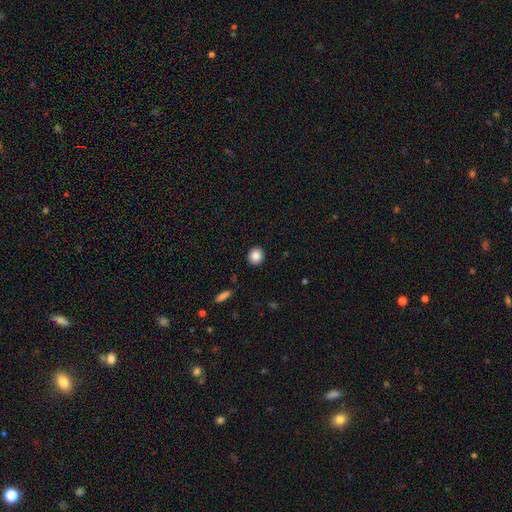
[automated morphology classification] Overall: smooth (87%). How rounded: round (88%). Merging: none (91%).